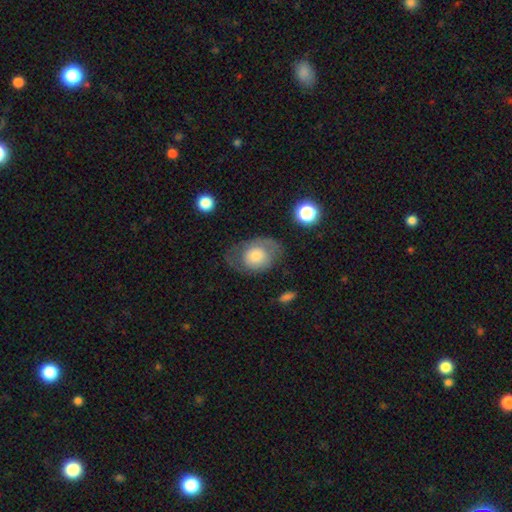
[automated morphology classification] smooth 52%, featured or disk 40%, star or artifact 7%. Down the decision tree: how rounded — in between (56%); merging — none (53%).